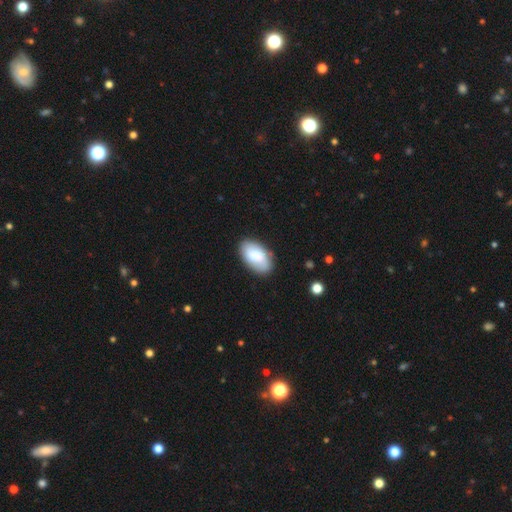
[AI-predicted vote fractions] smooth_or_featured: smooth (p=0.80) [alt: featured or disk p=0.14]
how_rounded: in between (p=0.95) [alt: round p=0.04]
merging: none (p=0.79) [alt: minor disturbance p=0.15]